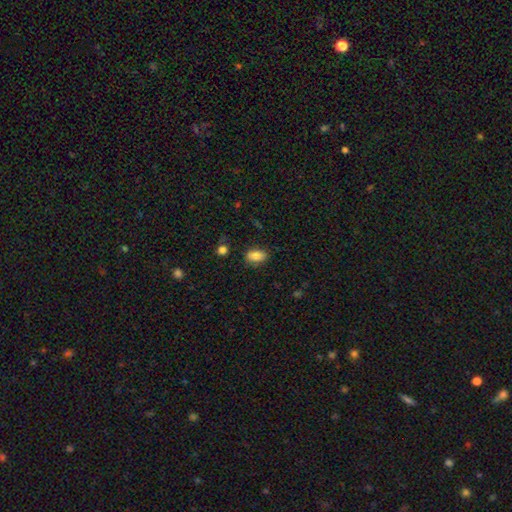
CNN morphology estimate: Smooth or featured?
  - smooth: 83% *
  - star or artifact: 8%
  - featured or disk: 8%
How rounded?
  - in between: 88% *
  - round: 10%
  - cigar-shaped: 3%
Merging?
  - none: 81% *
  - minor disturbance: 14%
  - major disturbance: 3%
  - merger: 2%